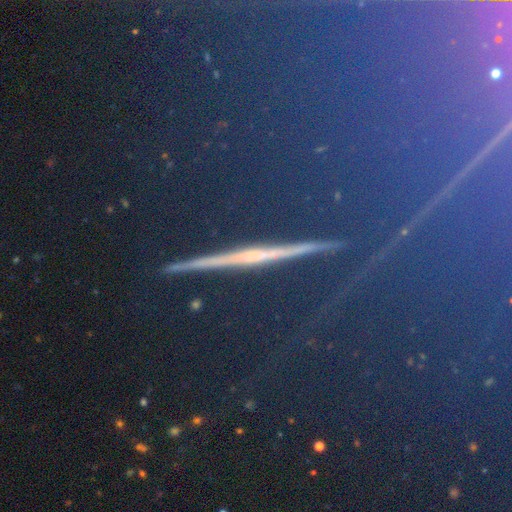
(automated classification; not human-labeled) The model was most divided on "smooth or featured": star or artifact: 53%, featured or disk: 31%, smooth: 17%.